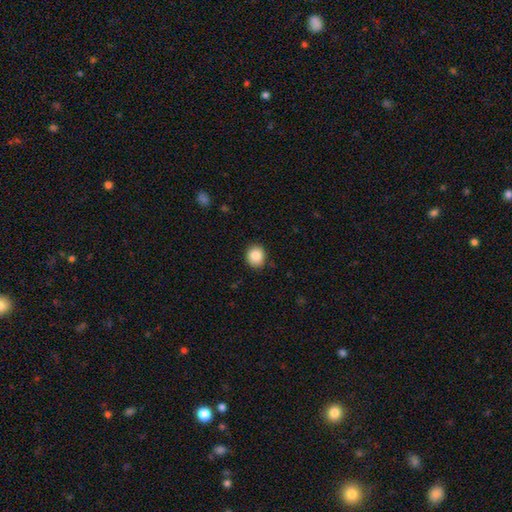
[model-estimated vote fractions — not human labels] Morphology: type=smooth (88%); roundness=round (75%); merging=none (85%).